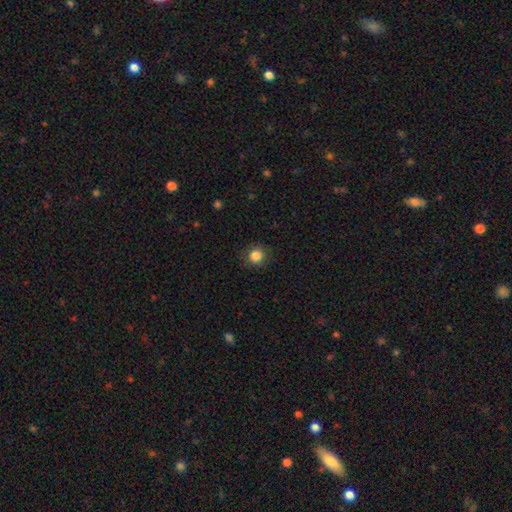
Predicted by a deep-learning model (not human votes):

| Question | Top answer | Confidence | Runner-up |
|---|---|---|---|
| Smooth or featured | smooth | 85% | star or artifact (11%) |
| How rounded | round | 90% | in between (9%) |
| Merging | none | 88% | minor disturbance (9%) |